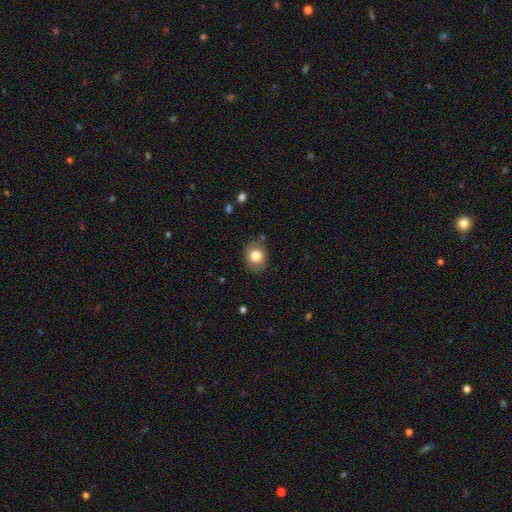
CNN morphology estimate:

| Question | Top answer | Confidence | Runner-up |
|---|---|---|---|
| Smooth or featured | smooth | 80% | featured or disk (12%) |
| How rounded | round | 58% | in between (41%) |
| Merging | none | 77% | minor disturbance (16%) |